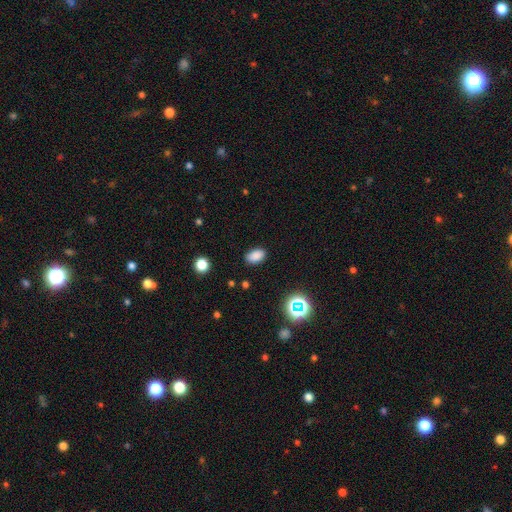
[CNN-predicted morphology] Overall: smooth (84%). How rounded: in between (88%). Merging: none (86%).